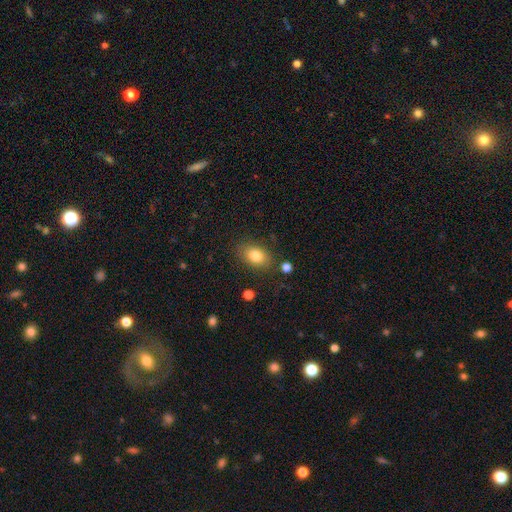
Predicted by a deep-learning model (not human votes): This appears to be a smooth galaxy with no disk features (83%) that is in between round and cigar-shaped (83%). Merging: none (81%).